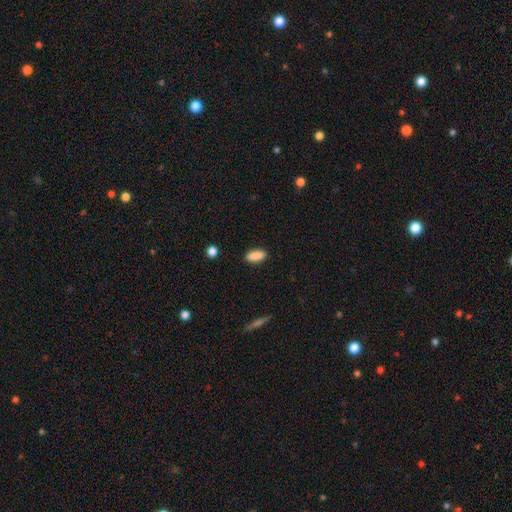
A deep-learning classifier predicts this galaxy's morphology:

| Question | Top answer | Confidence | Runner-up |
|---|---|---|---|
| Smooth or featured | smooth | 88% | star or artifact (7%) |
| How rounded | in between | 83% | cigar-shaped (14%) |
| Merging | none | 88% | minor disturbance (9%) |